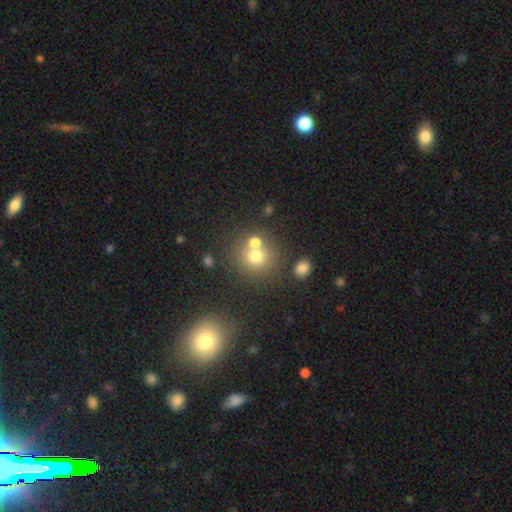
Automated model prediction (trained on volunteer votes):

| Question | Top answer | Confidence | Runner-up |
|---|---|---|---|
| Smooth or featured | smooth | 70% | star or artifact (16%) |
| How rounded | round | 86% | in between (13%) |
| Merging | none | 56% | merger (32%) |